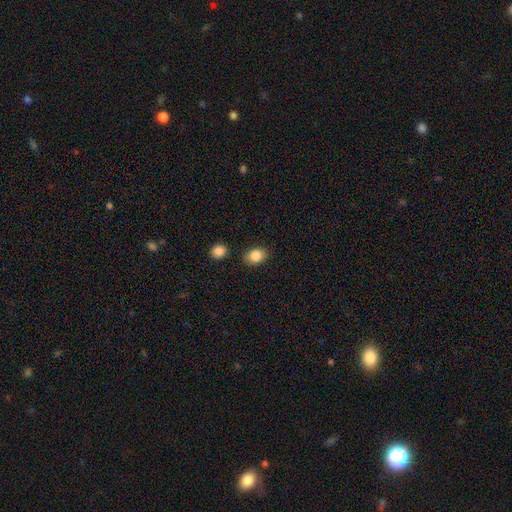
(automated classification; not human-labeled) smooth 85%, star or artifact 8%, featured or disk 6%. Down the decision tree: how rounded — in between (66%); merging — none (84%).